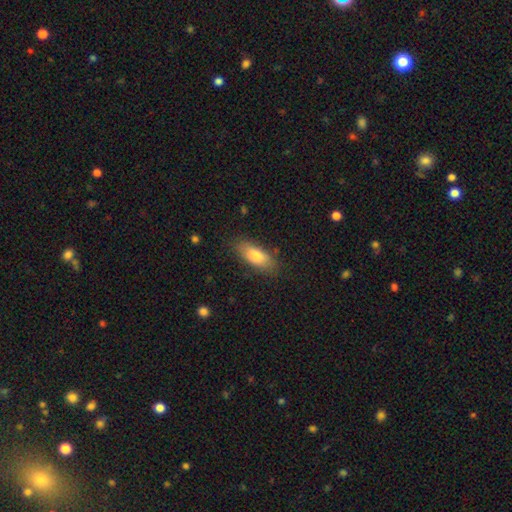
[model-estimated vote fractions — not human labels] The model was most divided on "how rounded": in between: 78%, cigar-shaped: 19%, round: 2%. More confident: merging — none (83%); smooth or featured — smooth (82%).